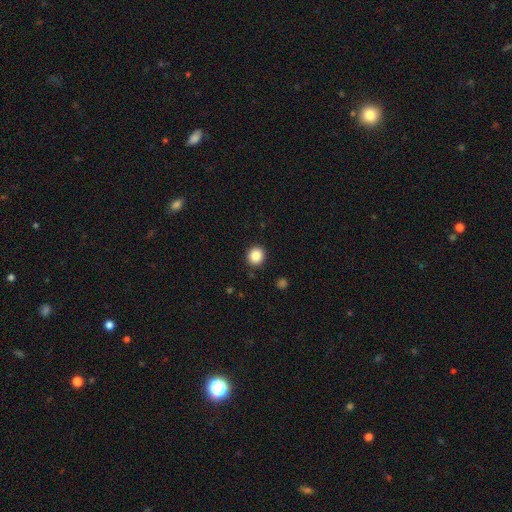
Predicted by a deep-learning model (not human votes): This is clearly a smooth galaxy (86%). How rounded: clearly round (90%). Merging: clearly none (91%).